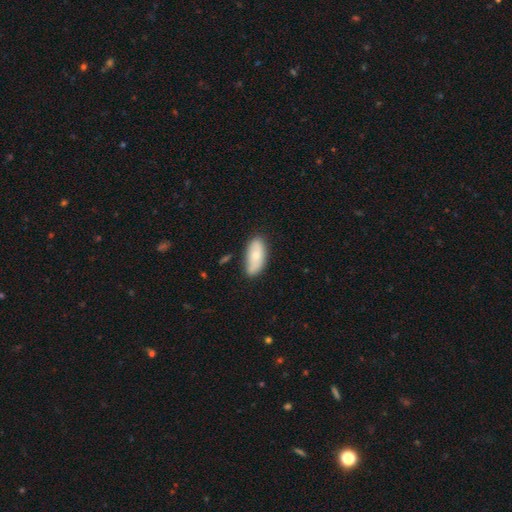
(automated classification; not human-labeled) Q: Smooth or featured?
A: smooth (74%); runner-up: featured or disk (20%)
Q: How rounded?
A: in between (91%); runner-up: cigar-shaped (6%)
Q: Merging?
A: none (76%); runner-up: minor disturbance (18%)